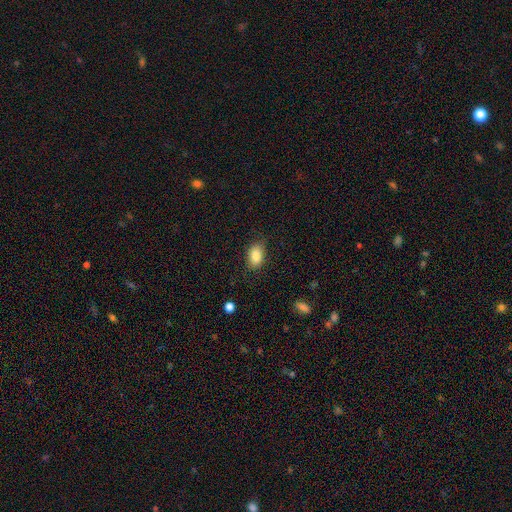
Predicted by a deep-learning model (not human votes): smooth-or-featured: smooth: 85% | star or artifact: 8% | featured or disk: 7%
  how-rounded: in between: 87% | round: 12% | cigar-shaped: 2%
  merging: none: 80% | minor disturbance: 15% | major disturbance: 4% | merger: 1%